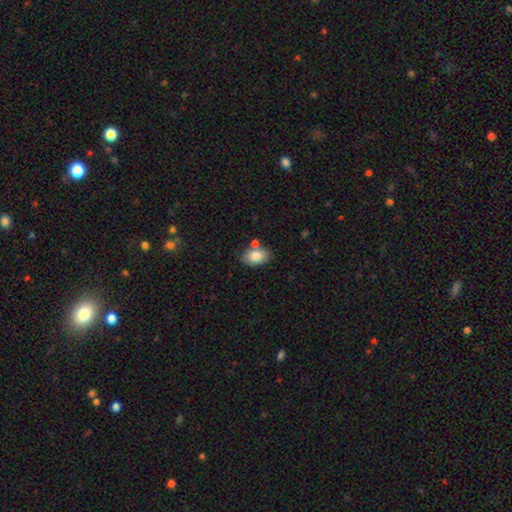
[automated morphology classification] type=smooth (83%); roundness=in between (89%); merging=none (68%).